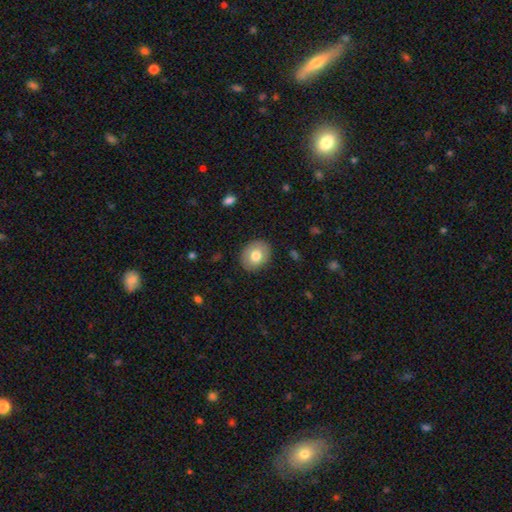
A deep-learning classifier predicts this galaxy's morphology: smooth 75%, featured or disk 17%, star or artifact 7%. Down the decision tree: how rounded — round (53%); merging — none (88%).